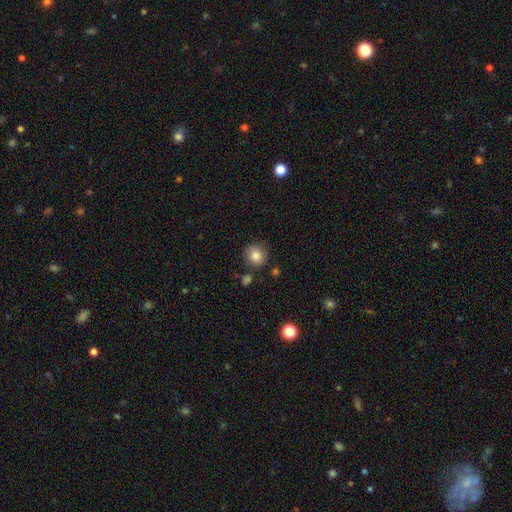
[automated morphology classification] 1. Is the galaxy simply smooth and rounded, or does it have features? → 83% smooth, 10% star or artifact, 7% featured or disk.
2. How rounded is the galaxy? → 90% round, 9% in between, 1% cigar-shaped.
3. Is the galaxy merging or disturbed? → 83% none, 10% minor disturbance, 4% merger, 3% major disturbance.